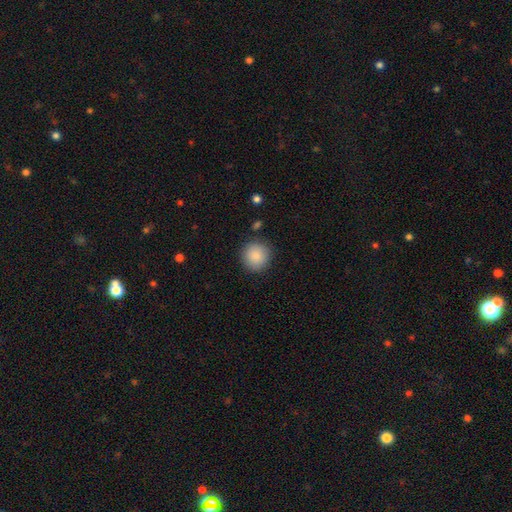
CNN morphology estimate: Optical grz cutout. It shows a smooth galaxy with no disk features (88%) that is round (93%). Merging: none (88%).